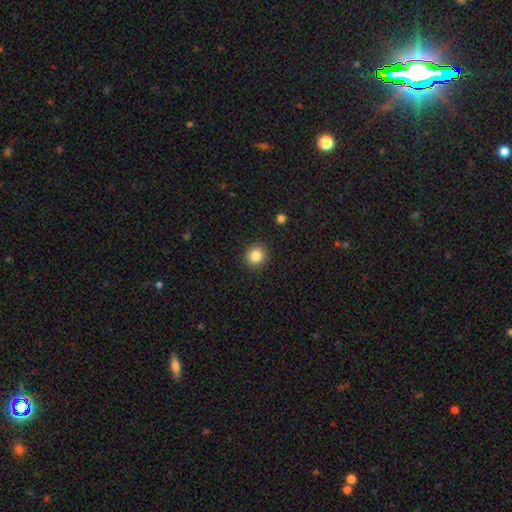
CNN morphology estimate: This is clearly a smooth galaxy (84%). How rounded: clearly round (91%). Merging: clearly none (91%).